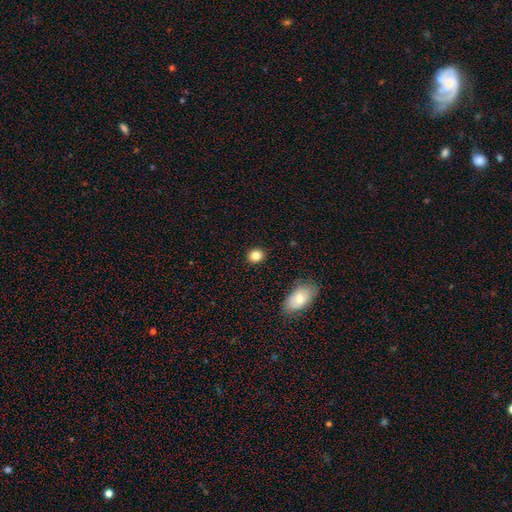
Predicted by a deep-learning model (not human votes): Smooth or featured? smooth (84%)
How rounded? round (75%)
Merging? none (90%)